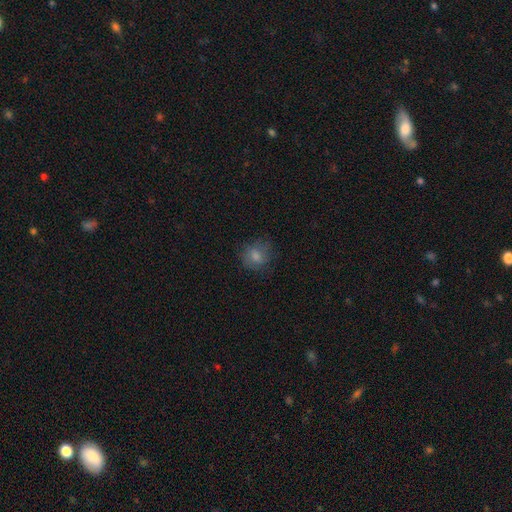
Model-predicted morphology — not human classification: This is likely a smooth galaxy (77%). How rounded: likely round (69%). Merging: likely none (70%).